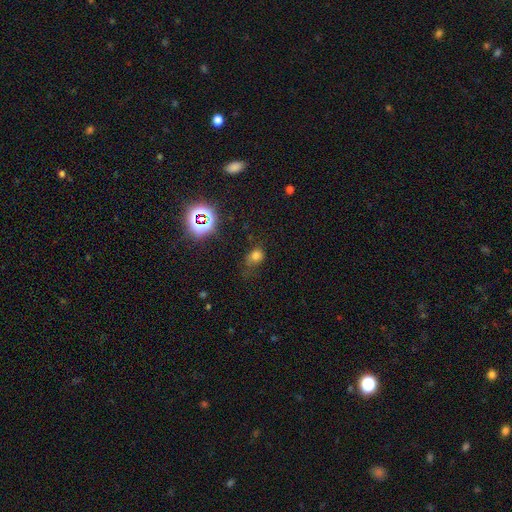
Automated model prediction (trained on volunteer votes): smooth-or-featured: smooth: 67% | star or artifact: 24% | featured or disk: 8%
  how-rounded: in between: 52% | round: 47% | cigar-shaped: 2%
  merging: none: 49% | minor disturbance: 29% | major disturbance: 18% | merger: 3%